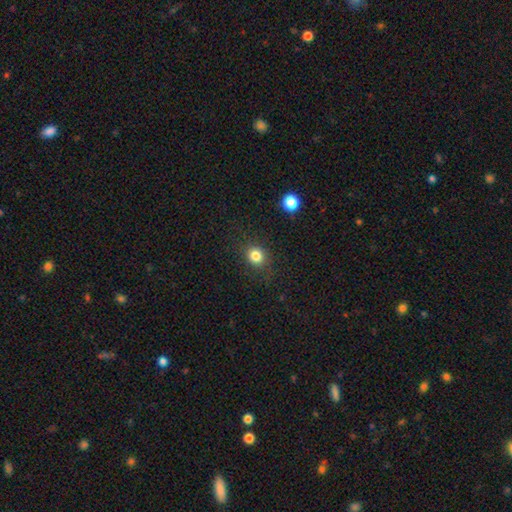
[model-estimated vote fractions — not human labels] A smooth galaxy with no disk features (82%) that is round (81%). Merging: none (86%).